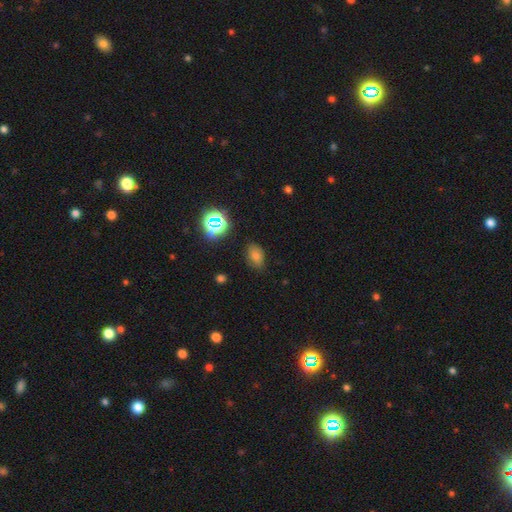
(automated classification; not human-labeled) Q: Smooth or featured?
A: smooth (69%); runner-up: star or artifact (21%)
Q: How rounded?
A: in between (81%); runner-up: round (17%)
Q: Merging?
A: none (79%); runner-up: minor disturbance (16%)